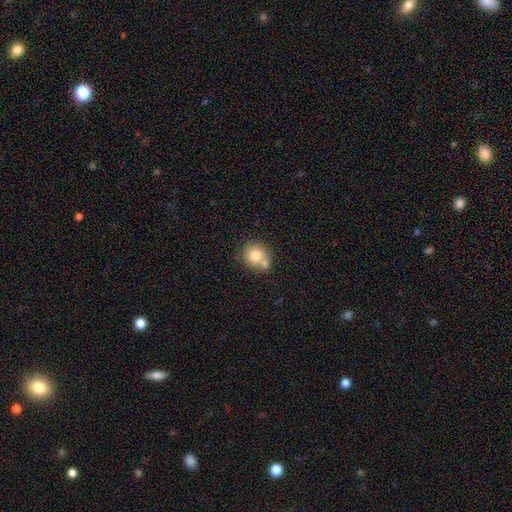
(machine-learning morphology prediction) smooth_or_featured: smooth (p=0.77) [alt: featured or disk p=0.14]
how_rounded: round (p=0.85) [alt: in between p=0.14]
merging: none (p=0.49) [alt: merger p=0.36]